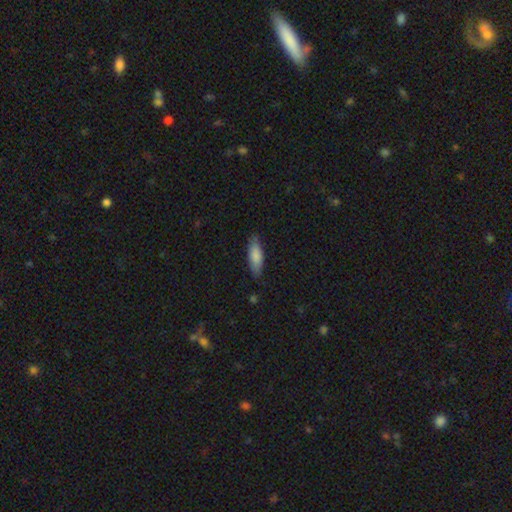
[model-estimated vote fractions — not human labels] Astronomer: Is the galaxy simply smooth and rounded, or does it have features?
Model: smooth — 83%.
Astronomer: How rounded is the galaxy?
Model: in between — 61% (runner-up: cigar-shaped, 37%).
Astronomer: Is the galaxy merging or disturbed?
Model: none — 81%.